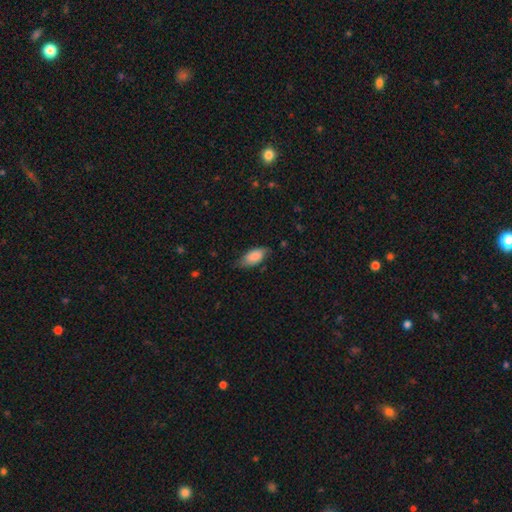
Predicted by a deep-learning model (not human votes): Morphology: type=smooth (80%); roundness=in between (91%); merging=none (62%).